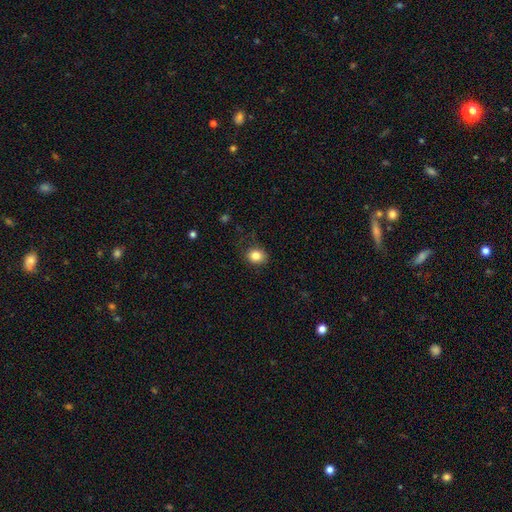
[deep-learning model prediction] Smooth or featured: smooth — 83% (star or artifact — 11%)
How rounded: round — 59% (in between — 41%)
Merging: none — 79% (minor disturbance — 15%)